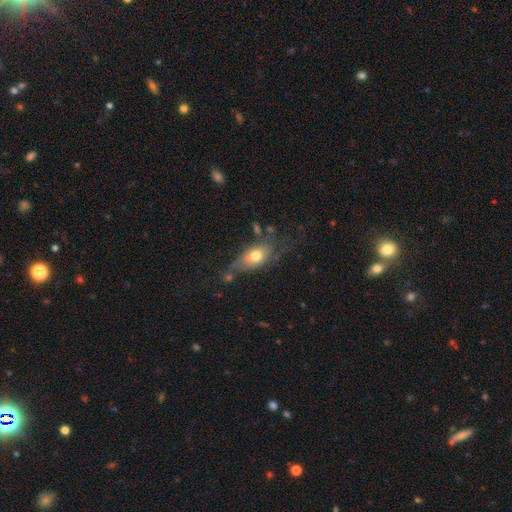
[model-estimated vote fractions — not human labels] This is likely a smooth galaxy (65%). How rounded: likely in between (76%). Merging: possibly none (49%).